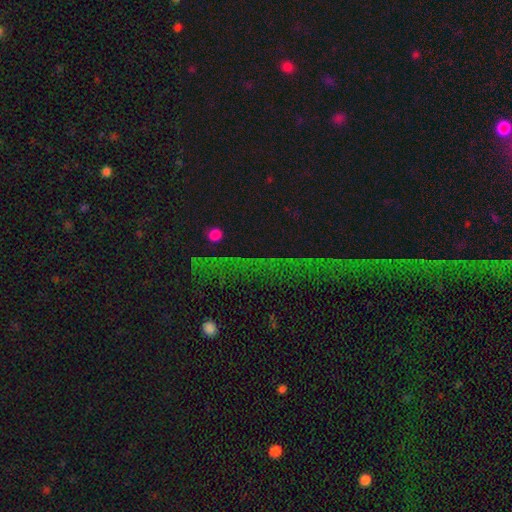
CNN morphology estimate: Overall: star or artifact (76%).